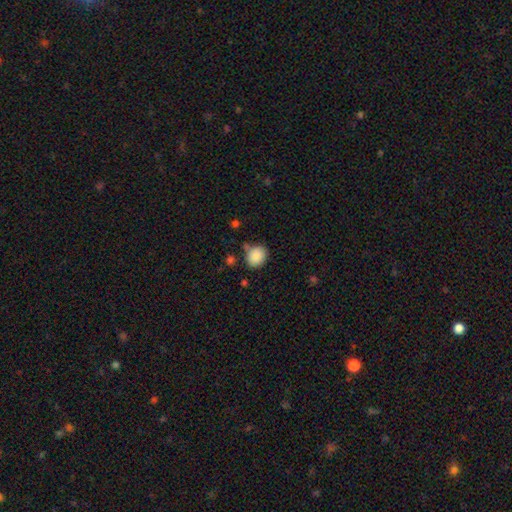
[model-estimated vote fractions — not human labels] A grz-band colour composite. It shows a smooth galaxy with no disk features (88%) that is round (64%). Merging: none (73%).